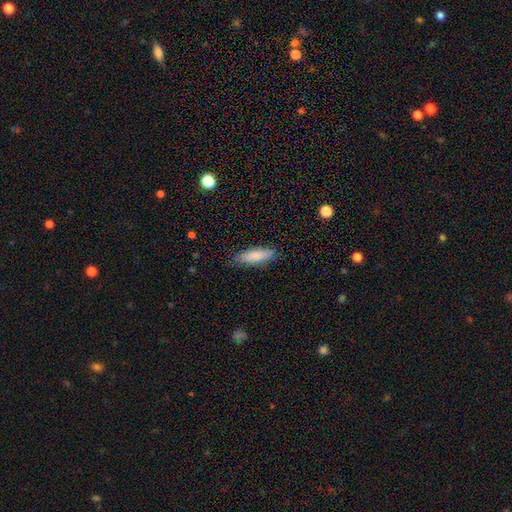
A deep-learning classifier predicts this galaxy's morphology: type=smooth (84%); roundness=in between (50%); merging=none (82%).